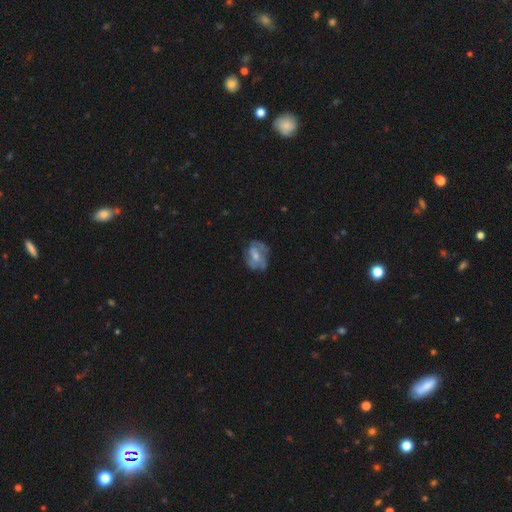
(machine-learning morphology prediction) featured or disk 57%, smooth 35%, star or artifact 8%. Down the decision tree: edge-on disk — no (97%); bar — no (62%); spiral arms — yes (56%); bulge size — moderate (47%); merging — none (54%).